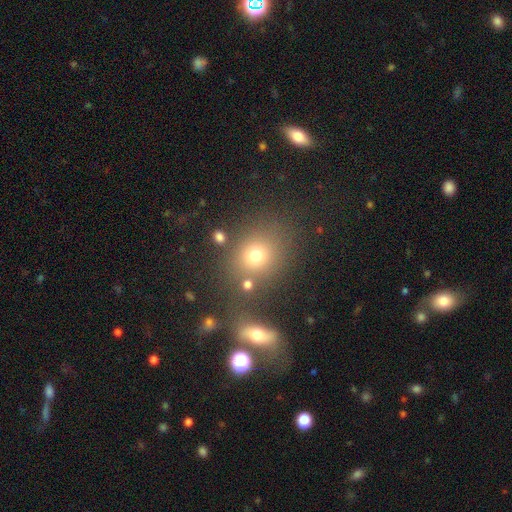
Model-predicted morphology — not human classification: This is likely a smooth galaxy (72%). How rounded: likely round (67%). Merging: likely none (68%).